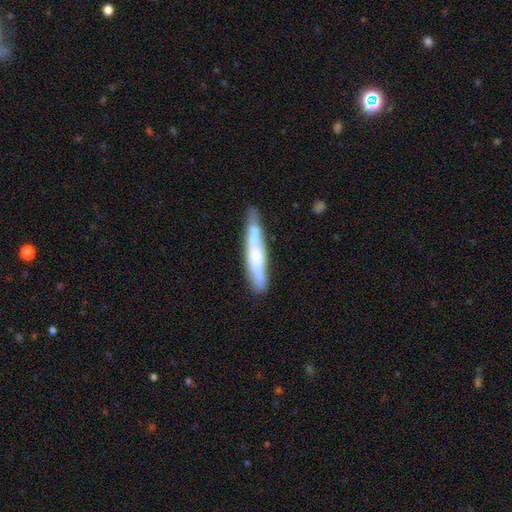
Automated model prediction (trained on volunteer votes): Smooth or featured? smooth (48%)
Merging? none (70%)